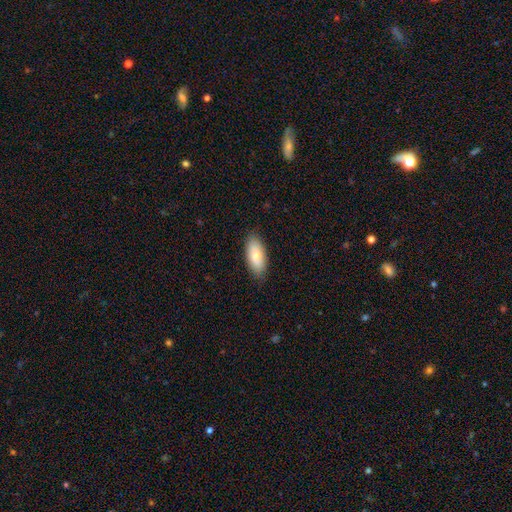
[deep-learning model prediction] smooth_or_featured: smooth (p=0.75) [alt: featured or disk p=0.19]
how_rounded: in between (p=0.87) [alt: cigar-shaped p=0.10]
merging: none (p=0.86) [alt: minor disturbance p=0.11]